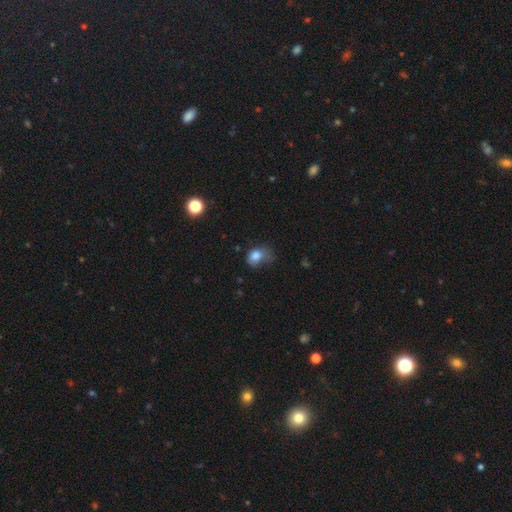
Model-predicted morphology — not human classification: Overall: smooth (80%). How rounded: in between (61%; round 38%). Merging: minor disturbance (36%; major disturbance 32%).